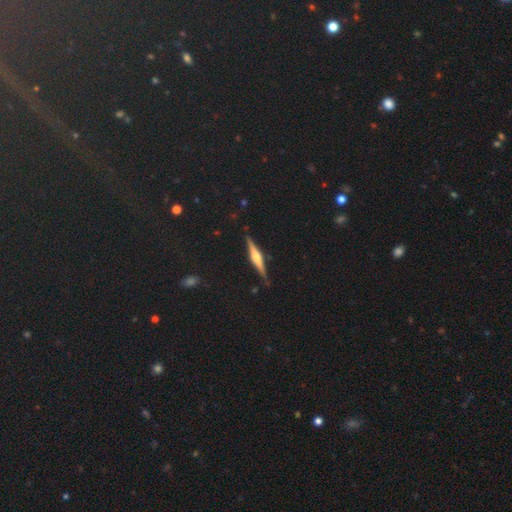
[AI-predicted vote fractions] smooth-or-featured: featured or disk: 75% | smooth: 17% | star or artifact: 8%
  disk-edge-on: yes: 98% | no: 2%
    edge-on-bulge: rounded: 84% | boxy: 11% | none: 5%
  merging: none: 90% | minor disturbance: 8% | major disturbance: 2% | merger: 1%